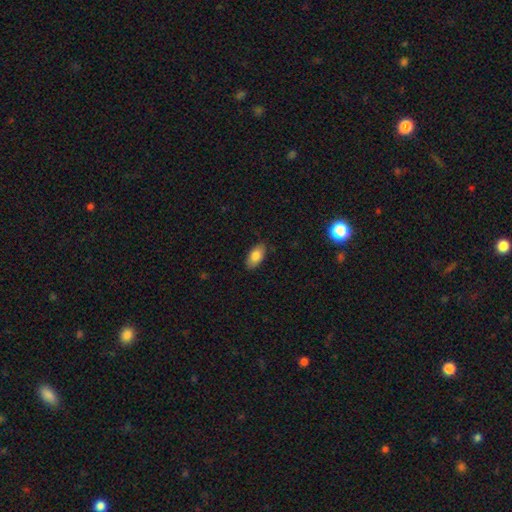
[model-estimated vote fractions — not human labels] smooth-or-featured: smooth: 83% | featured or disk: 10% | star or artifact: 7%
  how-rounded: in between: 93% | round: 4% | cigar-shaped: 4%
  merging: none: 85% | minor disturbance: 12% | major disturbance: 2% | merger: 1%